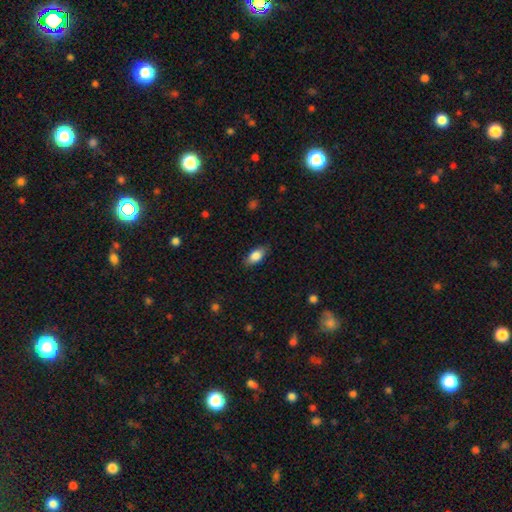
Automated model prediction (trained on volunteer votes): The model was most divided on "merging": none: 84%, minor disturbance: 12%, major disturbance: 3%, merger: 1%. More confident: how rounded — in between (88%); smooth or featured — smooth (83%).